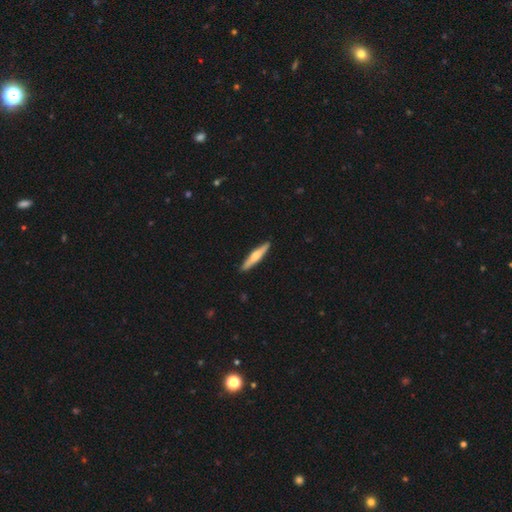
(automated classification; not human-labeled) Smooth or featured?
  - featured or disk: 53% *
  - smooth: 42%
  - star or artifact: 5%
Edge-on disk?
  - yes: 96% *
  - no: 4%
Edge-on bulge?
  - rounded: 89% *
  - none: 6%
  - boxy: 4%
Merging?
  - none: 91% *
  - minor disturbance: 6%
  - major disturbance: 1%
  - merger: 1%